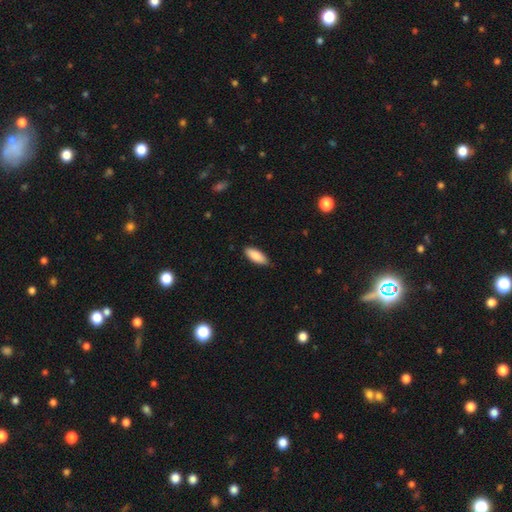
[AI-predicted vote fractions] Smooth or featured?
  - smooth: 86% *
  - featured or disk: 8%
  - star or artifact: 6%
How rounded?
  - in between: 80% *
  - cigar-shaped: 18%
  - round: 2%
Merging?
  - none: 84% *
  - minor disturbance: 13%
  - major disturbance: 2%
  - merger: 1%